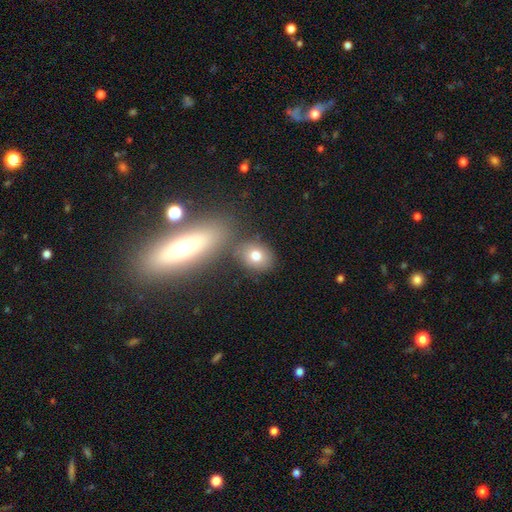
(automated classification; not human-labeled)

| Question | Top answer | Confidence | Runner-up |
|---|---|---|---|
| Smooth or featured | smooth | 76% | featured or disk (12%) |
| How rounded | in between | 51% | round (48%) |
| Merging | none | 69% | merger (15%) |